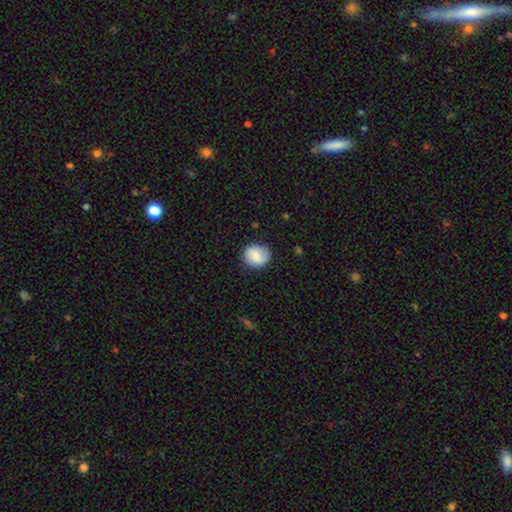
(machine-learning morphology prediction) Q: Smooth or featured?
A: smooth (79%); runner-up: featured or disk (14%)
Q: How rounded?
A: round (81%); runner-up: in between (18%)
Q: Merging?
A: none (82%); runner-up: minor disturbance (14%)